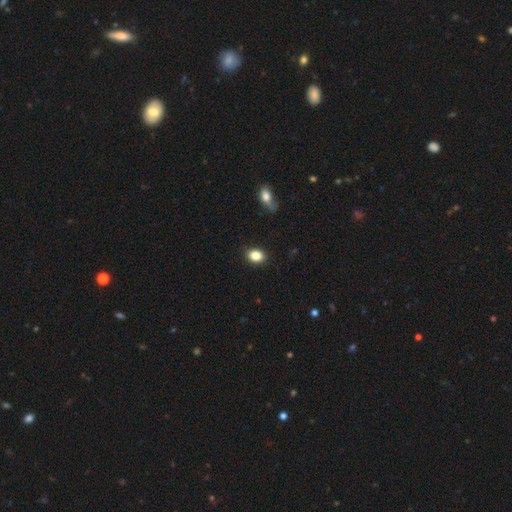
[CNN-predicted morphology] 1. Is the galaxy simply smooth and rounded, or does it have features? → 86% smooth, 9% star or artifact, 6% featured or disk.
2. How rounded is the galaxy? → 70% in between, 28% round, 1% cigar-shaped.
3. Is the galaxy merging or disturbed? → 88% none, 9% minor disturbance, 2% major disturbance, 1% merger.